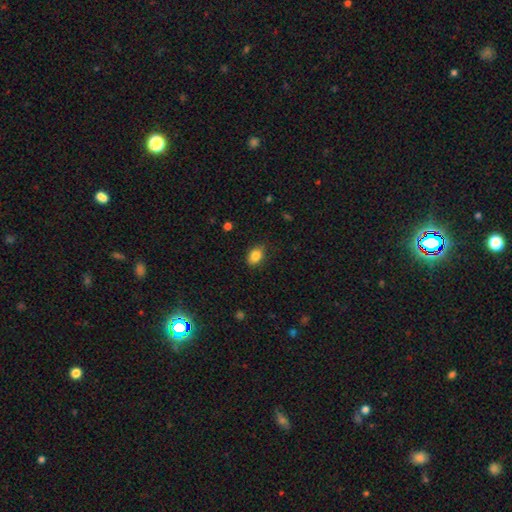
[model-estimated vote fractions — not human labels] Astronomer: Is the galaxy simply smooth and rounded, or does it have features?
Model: smooth — 84%.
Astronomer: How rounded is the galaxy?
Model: in between — 78%.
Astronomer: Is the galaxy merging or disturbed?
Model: none — 81%.